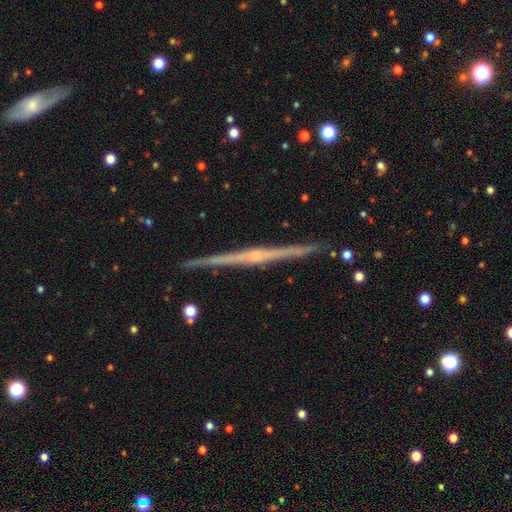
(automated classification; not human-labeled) smooth-or-featured: featured or disk: 84% | smooth: 10% | star or artifact: 5%
  disk-edge-on: yes: 99% | no: 1%
    edge-on-bulge: rounded: 56% | none: 32% | boxy: 12%
  merging: none: 92% | minor disturbance: 6% | merger: 1% | major disturbance: 1%